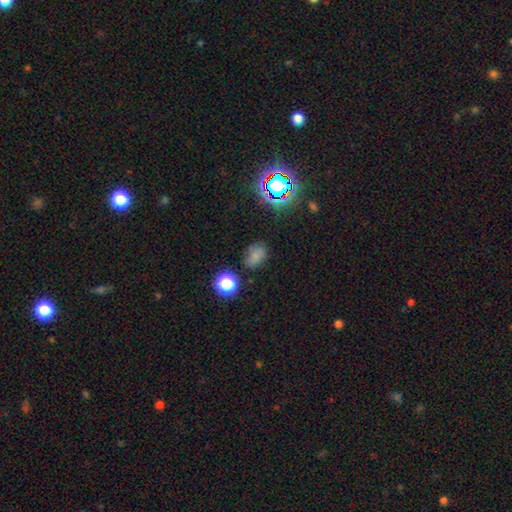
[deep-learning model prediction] The model was most divided on "how rounded": in between: 70%, round: 29%, cigar-shaped: 1%. More confident: merging — none (74%); smooth or featured — smooth (70%).